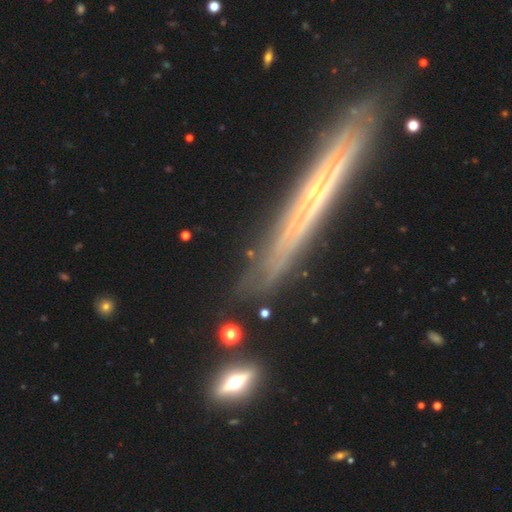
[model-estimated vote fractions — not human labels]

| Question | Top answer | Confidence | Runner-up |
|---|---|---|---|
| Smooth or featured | featured or disk | 74% | smooth (18%) |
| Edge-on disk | yes | 76% | no (24%) |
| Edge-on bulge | none | 54% | rounded (43%) |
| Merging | none | 82% | minor disturbance (13%) |